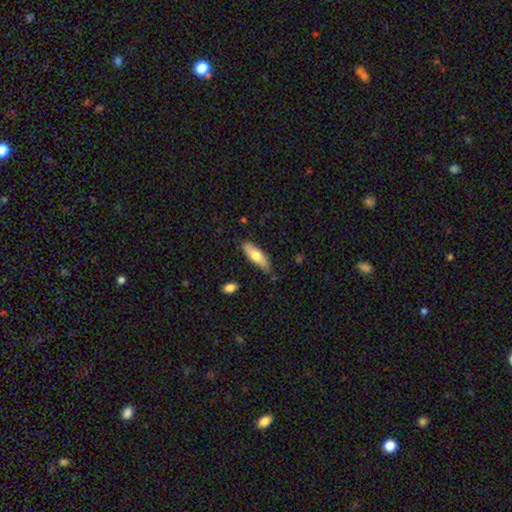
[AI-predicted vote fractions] A smooth galaxy with no disk features (67%) that is in between round and cigar-shaped (49%, tied with cigar-shaped). Merging: none (77%).